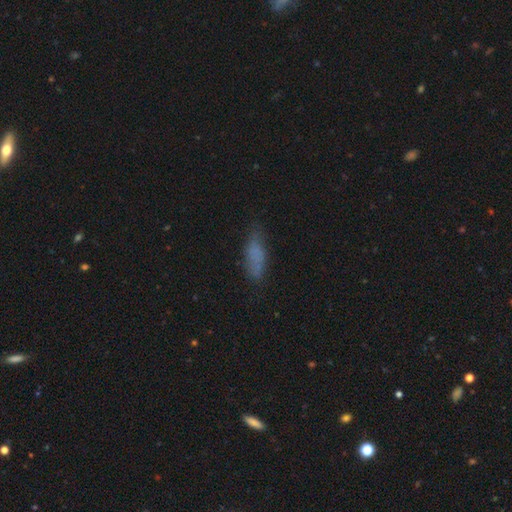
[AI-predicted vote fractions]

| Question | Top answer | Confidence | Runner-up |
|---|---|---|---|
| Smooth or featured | smooth | 72% | featured or disk (17%) |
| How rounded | in between | 53% | cigar-shaped (45%) |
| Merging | none | 67% | minor disturbance (23%) |